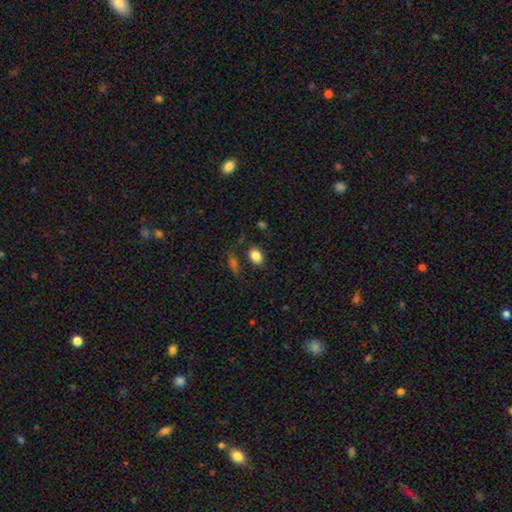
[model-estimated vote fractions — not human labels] Smooth or featured?
  - smooth: 85% *
  - star or artifact: 9%
  - featured or disk: 6%
How rounded?
  - in between: 80% *
  - round: 19%
  - cigar-shaped: 1%
Merging?
  - none: 79% *
  - minor disturbance: 12%
  - merger: 5%
  - major disturbance: 4%